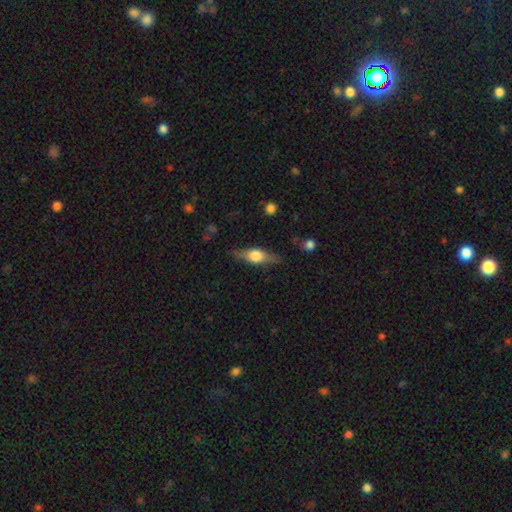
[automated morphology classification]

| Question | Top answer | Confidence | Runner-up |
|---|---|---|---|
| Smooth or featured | featured or disk | 54% | smooth (39%) |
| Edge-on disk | yes | 91% | no (9%) |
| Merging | none | 81% | minor disturbance (14%) |